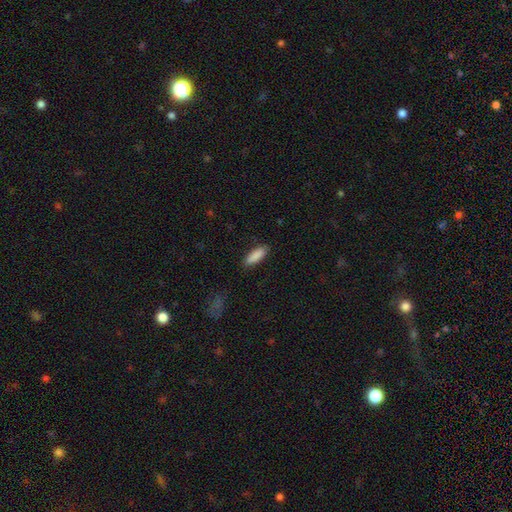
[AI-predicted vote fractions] This is clearly a smooth galaxy (89%). How rounded: possibly in between (60%). Merging: clearly none (87%).